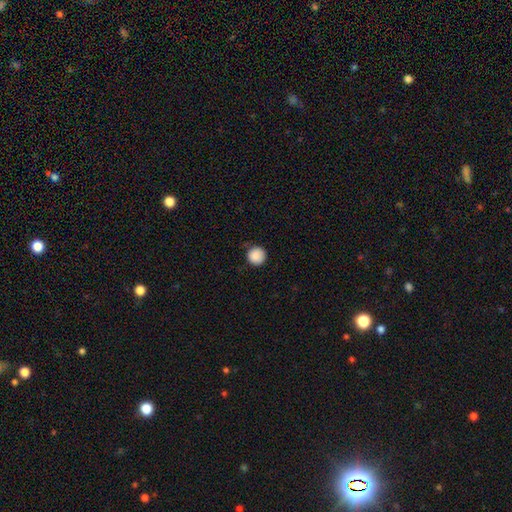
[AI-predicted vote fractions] This appears to be a smooth galaxy with no disk features (88%) that is round (96%). Merging: none (84%).